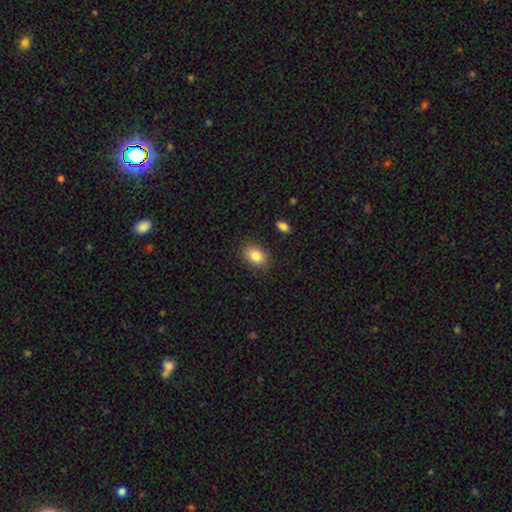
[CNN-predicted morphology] type=smooth (85%); roundness=in between (76%); merging=none (86%).